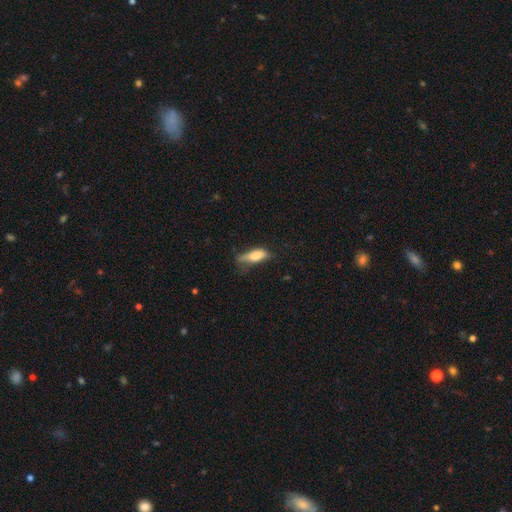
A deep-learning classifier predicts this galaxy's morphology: The model was most divided on "merging": minor disturbance: 35%, major disturbance: 31%, none: 29%, merger: 5%. More confident: smooth or featured — smooth (74%); how rounded — in between (70%).